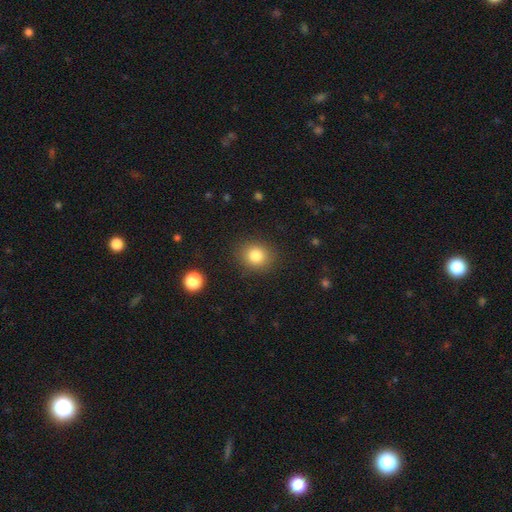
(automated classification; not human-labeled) This appears to be a smooth galaxy with no disk features (82%) that is round (75%). Merging: none (87%).